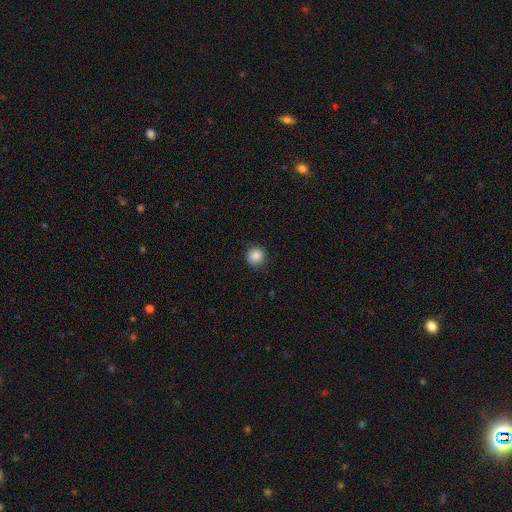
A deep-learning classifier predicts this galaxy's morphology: smooth-or-featured: smooth: 88% | star or artifact: 9% | featured or disk: 3%
  how-rounded: round: 93% | in between: 6% | cigar-shaped: 1%
  merging: none: 88% | minor disturbance: 8% | major disturbance: 2% | merger: 1%